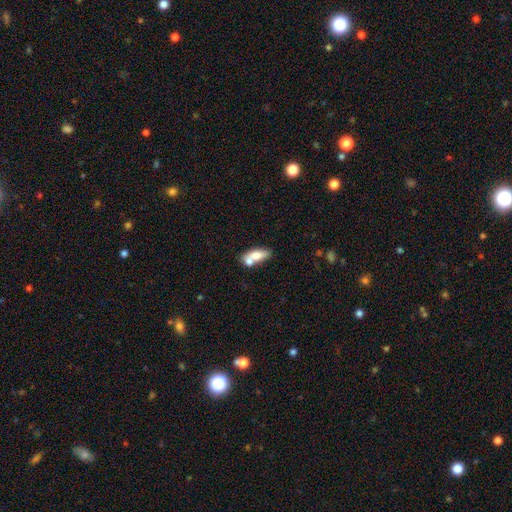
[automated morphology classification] Smooth or featured? smooth (68%)
How rounded? in between (74%)
Merging? none (43%)